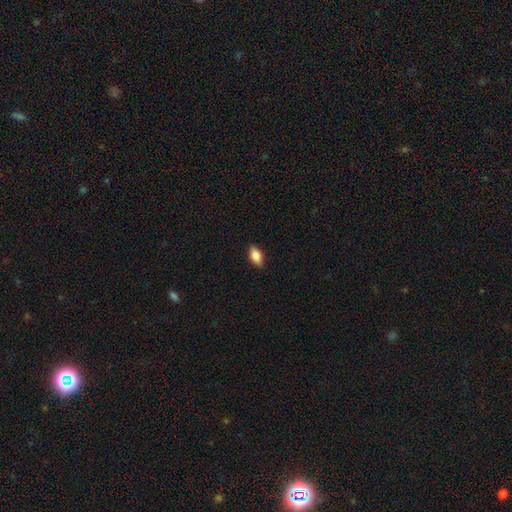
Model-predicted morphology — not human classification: This appears to be a smooth galaxy with no disk features (84%) that is in between round and cigar-shaped (90%). Merging: none (87%).